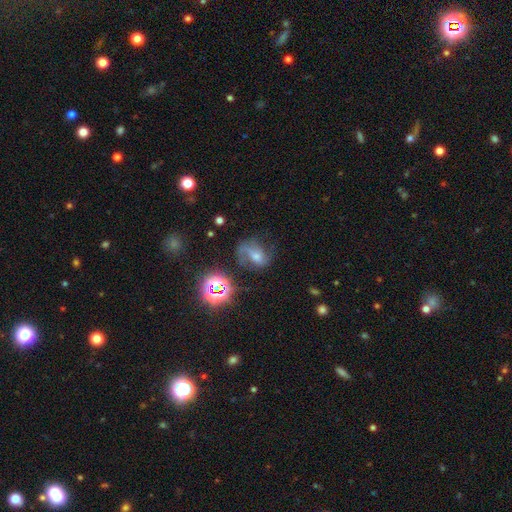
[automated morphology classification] Smooth or featured? featured or disk (57%)
Edge-on disk? no (96%)
Bar? weak (44%)
Spiral arms? yes (89%)
Bulge size? moderate (48%)
Merging? none (58%)